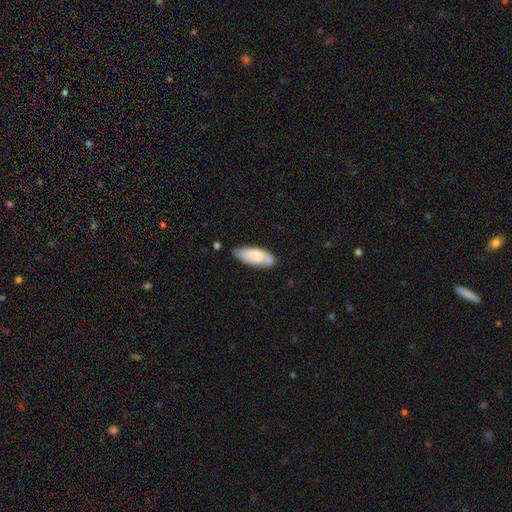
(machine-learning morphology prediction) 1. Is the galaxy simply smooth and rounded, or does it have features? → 60% smooth, 34% featured or disk, 6% star or artifact.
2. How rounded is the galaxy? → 80% in between, 18% cigar-shaped, 2% round.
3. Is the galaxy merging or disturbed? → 59% none, 29% minor disturbance, 6% major disturbance, 5% merger.